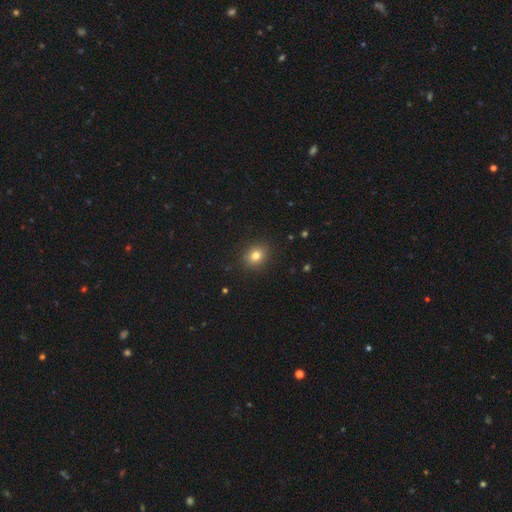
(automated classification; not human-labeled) This appears to be a smooth galaxy with no disk features (79%) that is round (68%). Merging: none (90%).